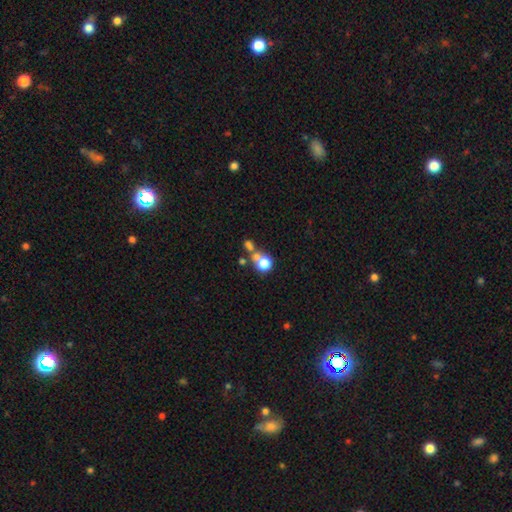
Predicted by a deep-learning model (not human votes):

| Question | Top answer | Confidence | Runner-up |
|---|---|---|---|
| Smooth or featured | smooth | 47% | star or artifact (40%) |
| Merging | none | 59% | merger (26%) |